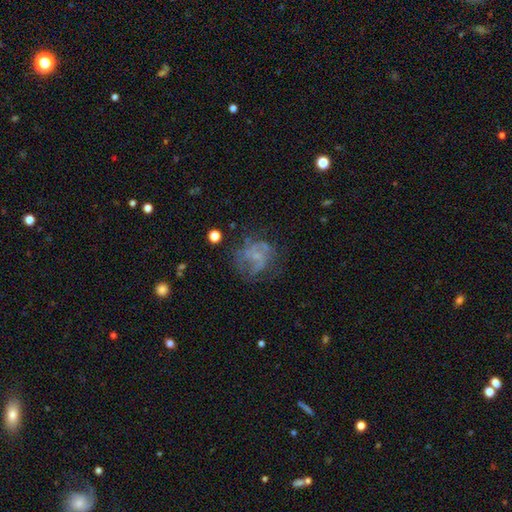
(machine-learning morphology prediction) Smooth or featured: featured or disk — 57% (smooth — 28%)
Edge-on disk: no — 98% (yes — 2%)
Bar: no — 78% (weak — 18%)
Spiral arms: no — 52% (yes — 48%)
Bulge size: small — 46% (none — 39%)
Merging: none — 50% (major disturbance — 26%)